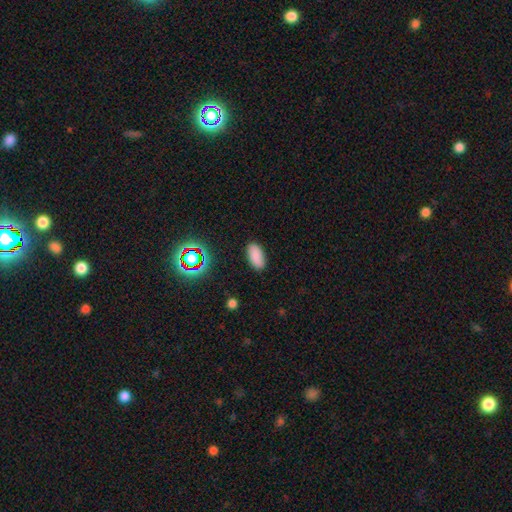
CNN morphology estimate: The model was most divided on "smooth or featured": smooth: 84%, star or artifact: 11%, featured or disk: 5%. More confident: how rounded — in between (92%); merging — none (88%).